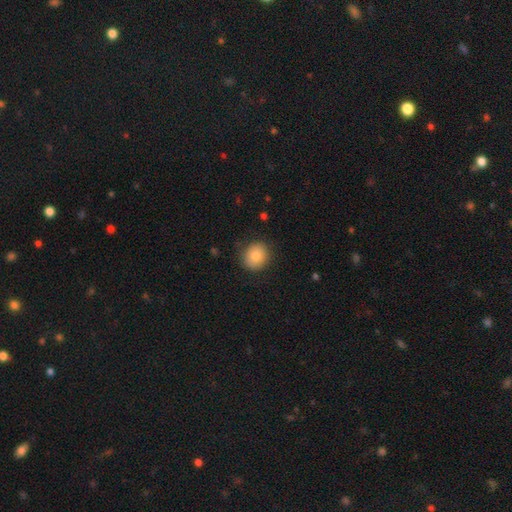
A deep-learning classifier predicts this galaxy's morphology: Smooth or featured? smooth (83%)
How rounded? round (76%)
Merging? none (85%)